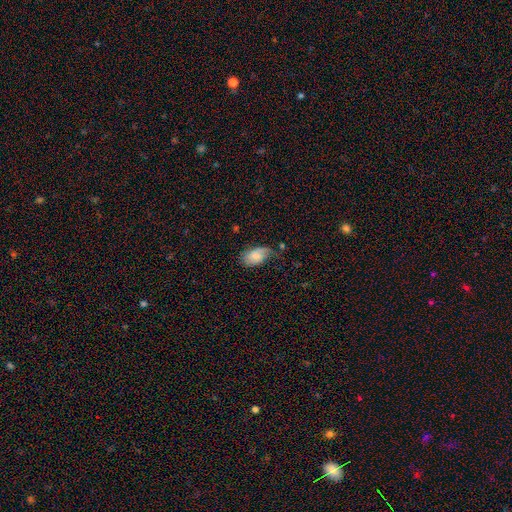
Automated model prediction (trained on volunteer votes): Overall: smooth (68%). How rounded: in between (92%). Merging: none (39%; minor disturbance 36%).